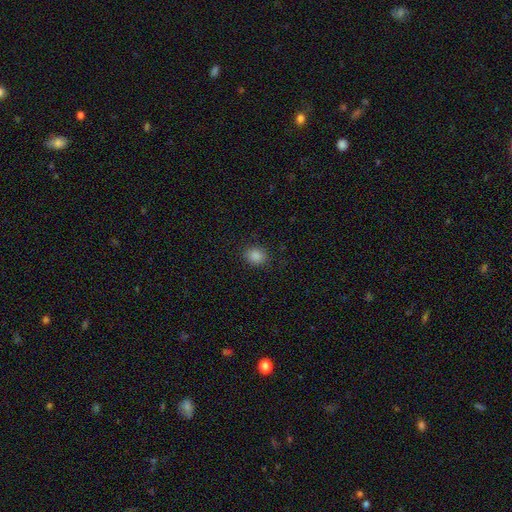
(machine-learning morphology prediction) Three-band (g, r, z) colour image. It shows a smooth galaxy with no disk features (86%) that is round (63%). Merging: none (87%).